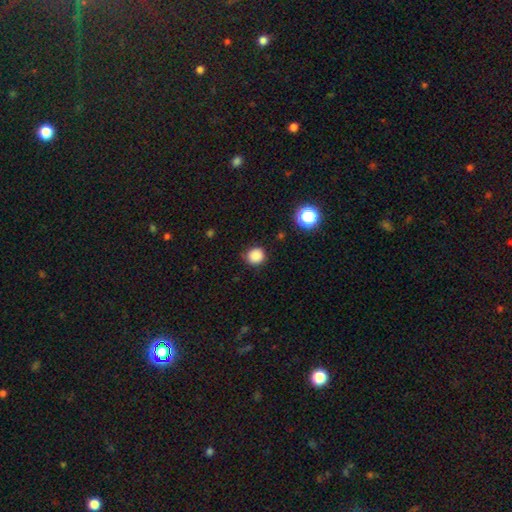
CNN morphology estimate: Smooth or featured? smooth (86%)
How rounded? round (88%)
Merging? none (86%)